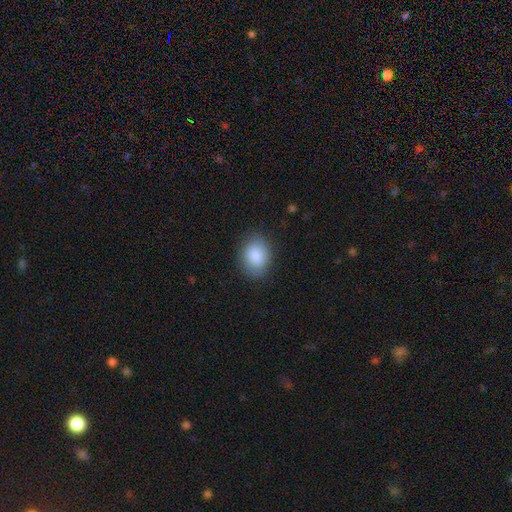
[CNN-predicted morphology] A smooth galaxy with no disk features (87%) that is in between round and cigar-shaped (57%). Merging: none (83%).